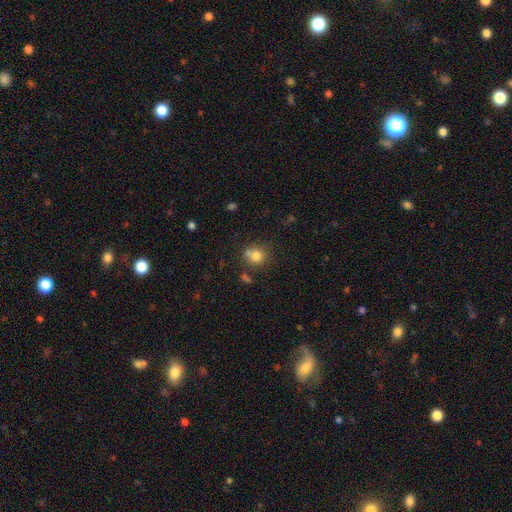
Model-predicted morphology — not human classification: smooth 78%, star or artifact 12%, featured or disk 10%. Down the decision tree: how rounded — round (80%); merging — none (62%).